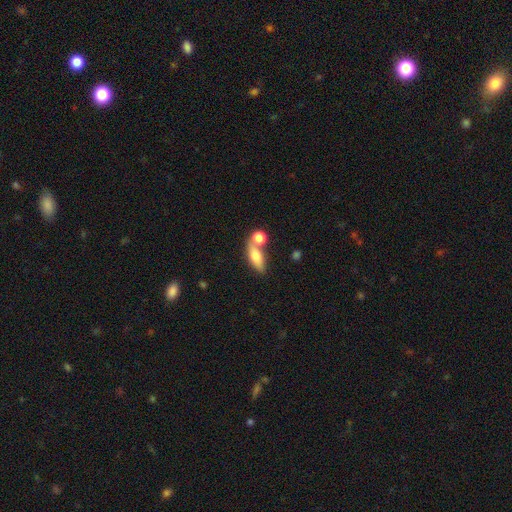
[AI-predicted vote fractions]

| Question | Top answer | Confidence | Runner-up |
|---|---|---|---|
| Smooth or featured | smooth | 67% | featured or disk (24%) |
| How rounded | in between | 63% | cigar-shaped (28%) |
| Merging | none | 53% | merger (29%) |